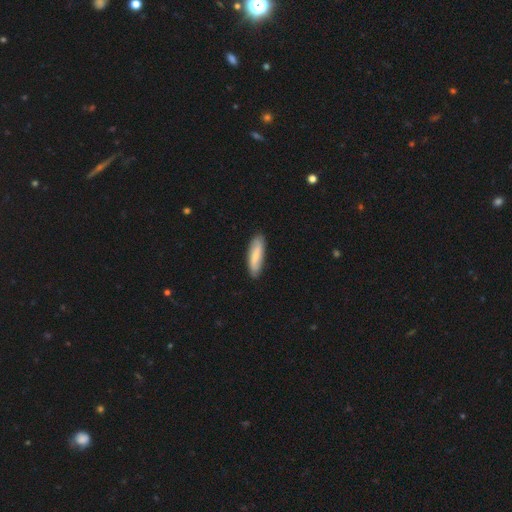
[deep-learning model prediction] smooth 68%, featured or disk 27%, star or artifact 6%. Down the decision tree: how rounded — cigar-shaped (53%); merging — none (85%).